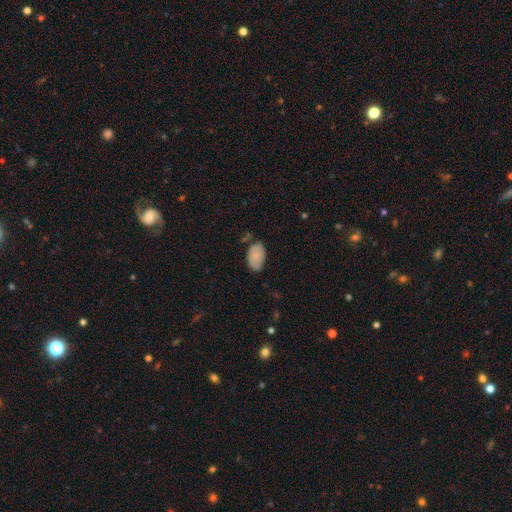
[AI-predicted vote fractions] Smooth or featured: smooth — 84% (featured or disk — 9%)
How rounded: in between — 94% (round — 5%)
Merging: none — 65% (minor disturbance — 25%)